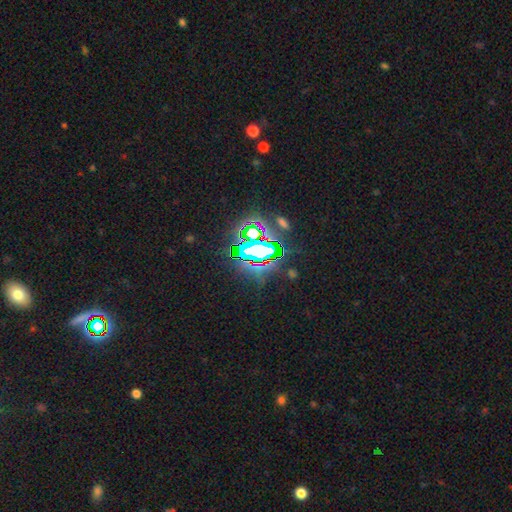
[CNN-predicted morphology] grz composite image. It shows a star or artifact, not a galaxy (73%).